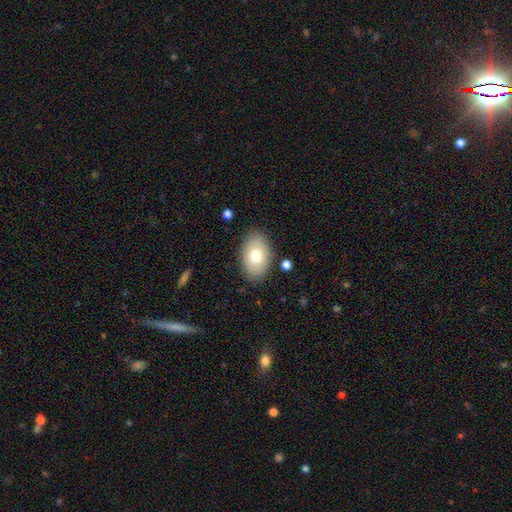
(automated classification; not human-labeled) Morphology: type=smooth (73%); roundness=in between (89%); merging=none (85%).